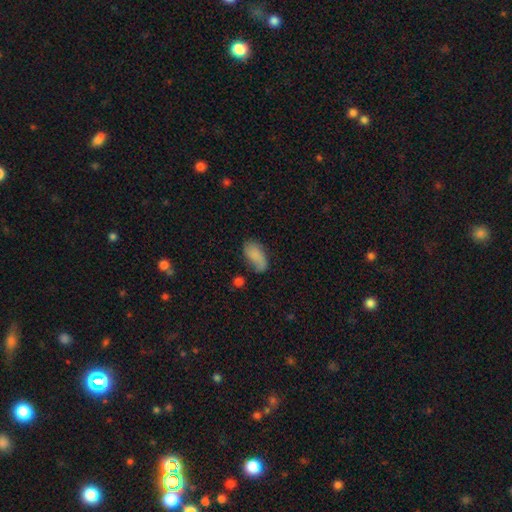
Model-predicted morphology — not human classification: type=smooth (76%); roundness=in between (92%); merging=none (55%).